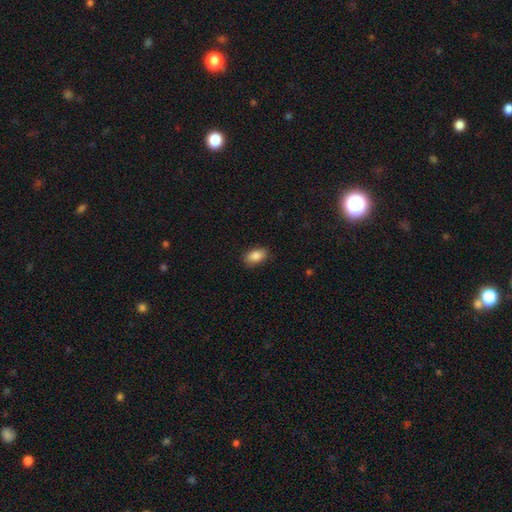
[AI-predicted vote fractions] Overall: smooth (86%). How rounded: in between (90%). Merging: none (84%).